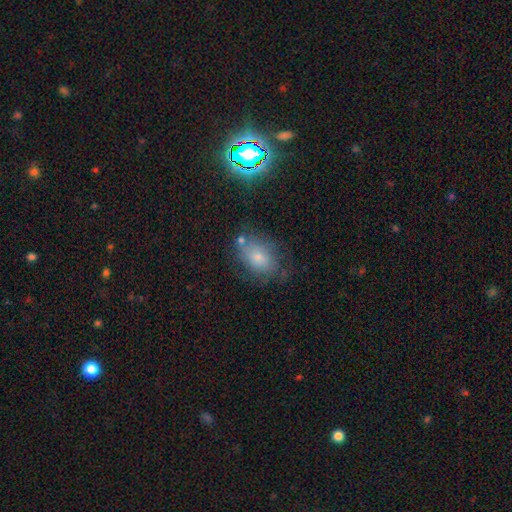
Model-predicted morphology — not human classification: smooth_or_featured: smooth (p=0.57) [alt: star or artifact p=0.23]
how_rounded: in between (p=0.78) [alt: round p=0.20]
merging: none (p=0.64) [alt: minor disturbance p=0.21]